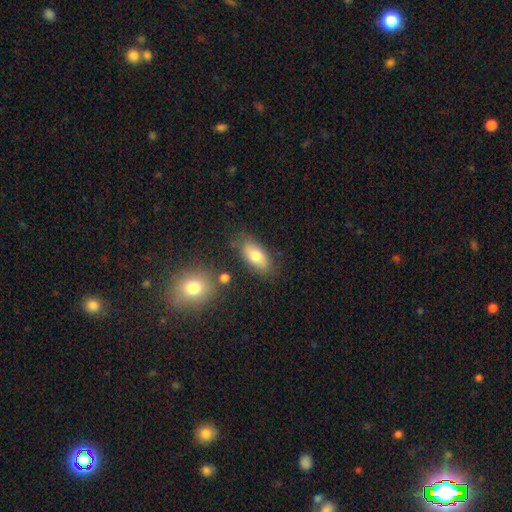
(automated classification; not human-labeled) Q: Smooth or featured?
A: smooth (74%); runner-up: featured or disk (19%)
Q: How rounded?
A: in between (89%); runner-up: cigar-shaped (7%)
Q: Merging?
A: none (76%); runner-up: minor disturbance (16%)